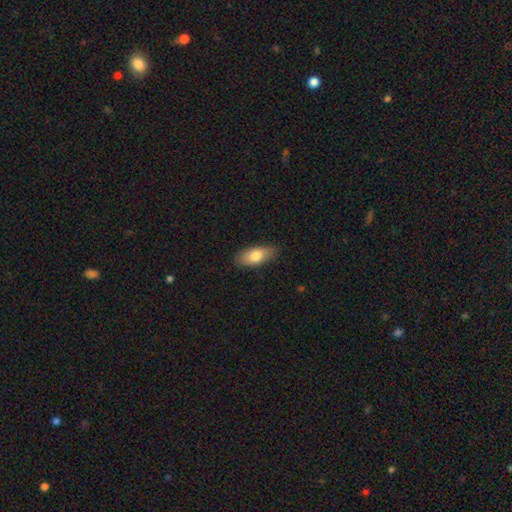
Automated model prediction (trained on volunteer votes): Smooth or featured?
  - smooth: 78% *
  - featured or disk: 16%
  - star or artifact: 6%
How rounded?
  - in between: 86% *
  - cigar-shaped: 11%
  - round: 3%
Merging?
  - none: 84% *
  - minor disturbance: 13%
  - major disturbance: 2%
  - merger: 1%